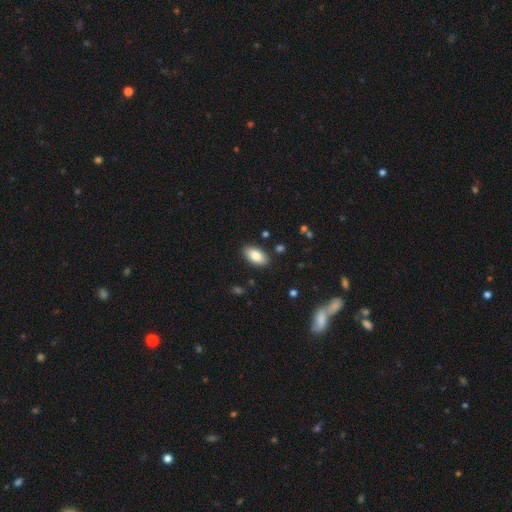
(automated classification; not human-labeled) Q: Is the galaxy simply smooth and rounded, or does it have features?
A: smooth — 84%.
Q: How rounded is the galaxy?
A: in between — 94%.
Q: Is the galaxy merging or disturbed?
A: none — 88%.